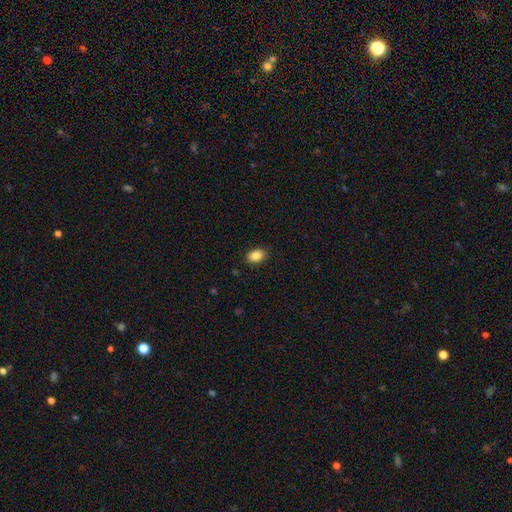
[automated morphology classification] A smooth galaxy with no disk features (86%) that is in between round and cigar-shaped (79%). Merging: none (89%).